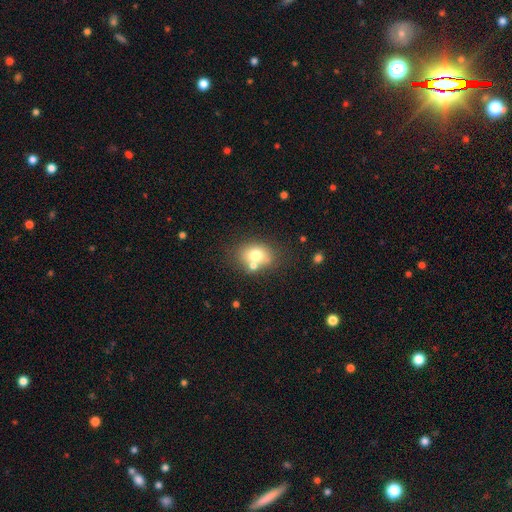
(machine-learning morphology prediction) This is likely a smooth galaxy (71%). How rounded: possibly in between (58%). Merging: likely none (61%).